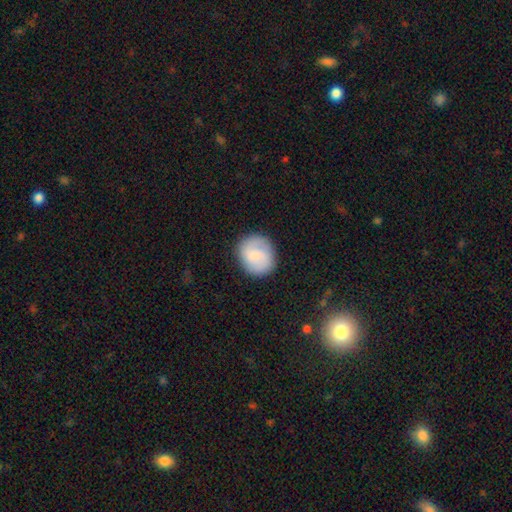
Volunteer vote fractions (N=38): Q: Smooth or featured?
A: smooth (53%); runner-up: featured or disk (42%)
Q: How rounded?
A: round (90%); runner-up: in between (10%)
Q: Merging?
A: none (81%); runner-up: major disturbance (14%)